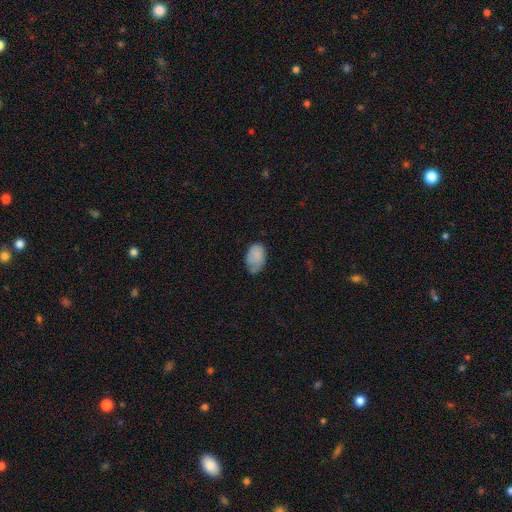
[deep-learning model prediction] A smooth galaxy with no disk features (80%) that is in between round and cigar-shaped (90%). Merging: none (48%).